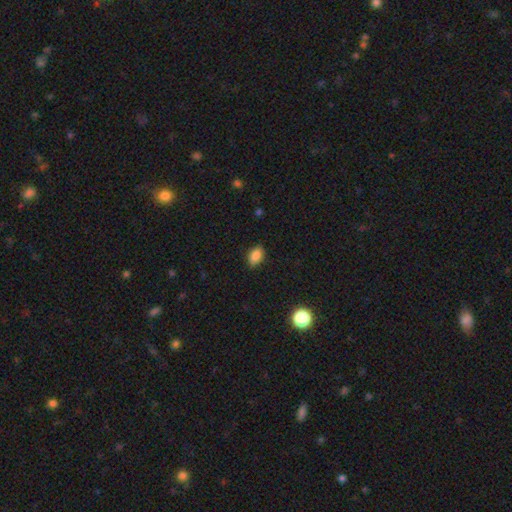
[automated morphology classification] A smooth galaxy with no disk features (86%) that is in between round and cigar-shaped (85%). Merging: none (85%).